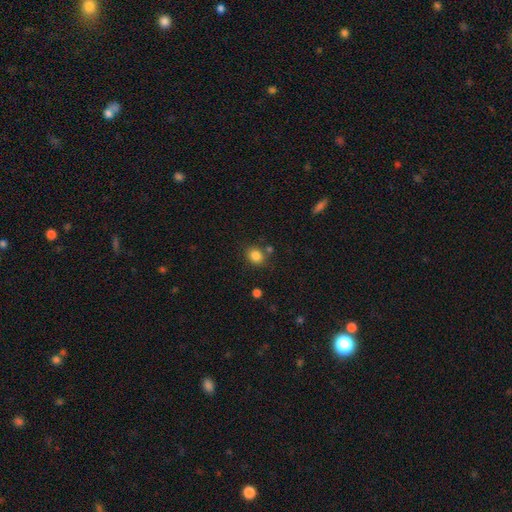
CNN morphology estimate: type=smooth (84%); roundness=round (61%); merging=none (75%).